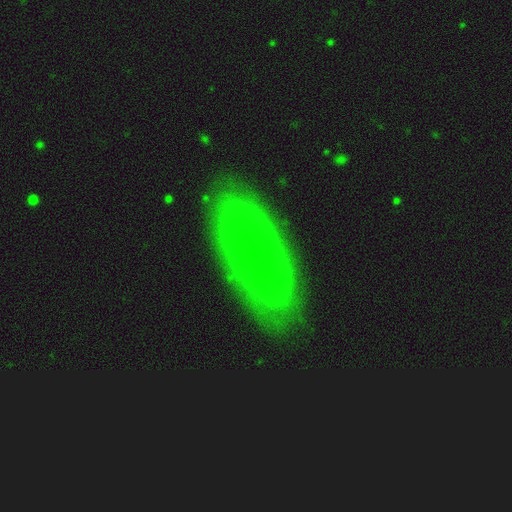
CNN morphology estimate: Smooth or featured: featured or disk — 58% (smooth — 29%)
Edge-on disk: no — 90% (yes — 10%)
Bar: no — 74% (weak — 21%)
Spiral arms: yes — 80% (no — 20%)
Bulge size: small — 74% (none — 18%)
Merging: none — 84% (minor disturbance — 12%)